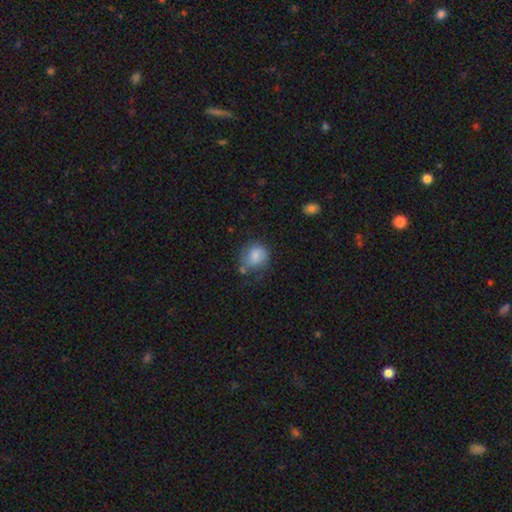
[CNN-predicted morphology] smooth-or-featured: smooth: 79% | featured or disk: 13% | star or artifact: 8%
  how-rounded: round: 67% | in between: 32% | cigar-shaped: 1%
  merging: none: 52% | minor disturbance: 27% | major disturbance: 13% | merger: 8%